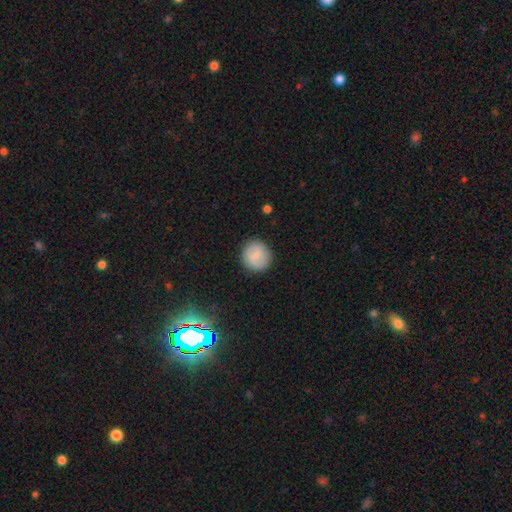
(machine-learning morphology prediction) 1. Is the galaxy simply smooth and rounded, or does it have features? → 73% smooth, 20% featured or disk, 7% star or artifact.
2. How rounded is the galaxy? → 92% round, 7% in between, 1% cigar-shaped.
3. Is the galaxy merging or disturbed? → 89% none, 8% minor disturbance, 2% major disturbance, 1% merger.